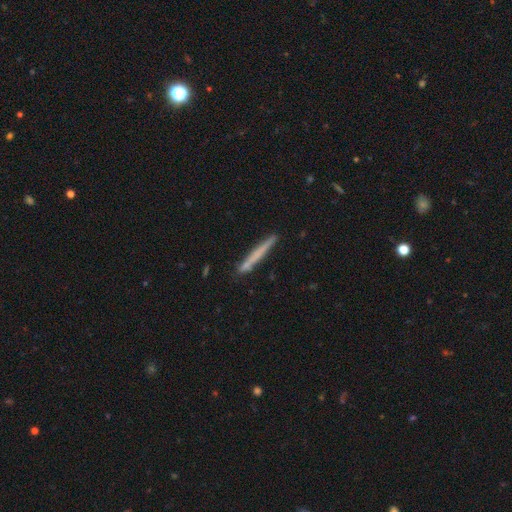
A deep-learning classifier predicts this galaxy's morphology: Q: Smooth or featured?
A: smooth (61%); runner-up: featured or disk (33%)
Q: How rounded?
A: cigar-shaped (97%); runner-up: in between (2%)
Q: Merging?
A: none (89%); runner-up: minor disturbance (8%)